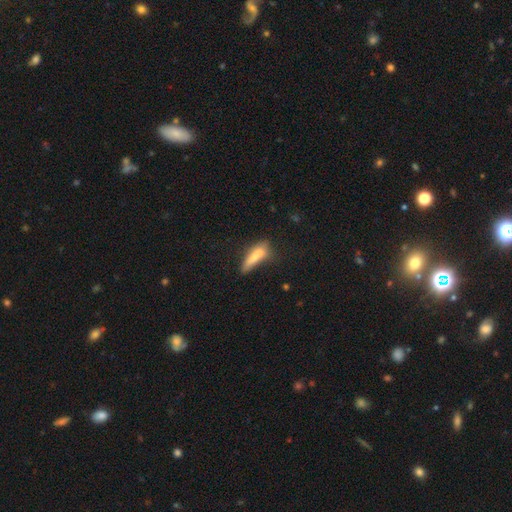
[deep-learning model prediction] Smooth or featured?
  - smooth: 68% *
  - featured or disk: 23%
  - star or artifact: 9%
How rounded?
  - cigar-shaped: 67% *
  - in between: 30%
  - round: 3%
Merging?
  - none: 39% *
  - merger: 24%
  - minor disturbance: 23%
  - major disturbance: 13%